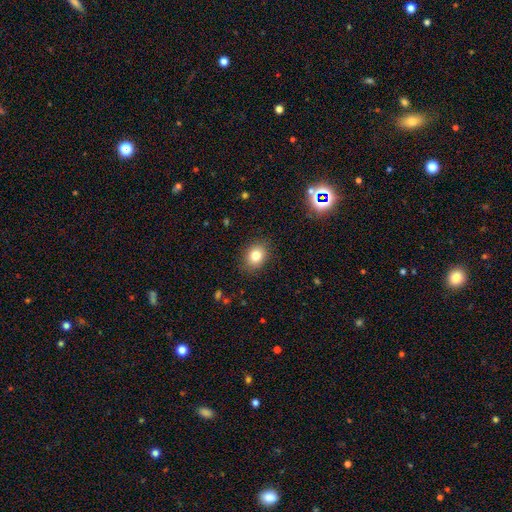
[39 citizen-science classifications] Volunteers were most divided on "how rounded": round: 66%, in between: 34%, cigar-shaped: 0%. More confident: merging — none (84%); smooth or featured — smooth (82%).